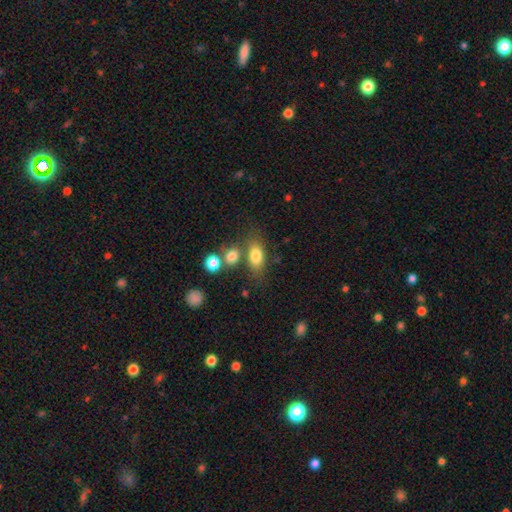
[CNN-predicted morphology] A smooth galaxy with no disk features (79%) that is in between round and cigar-shaped (80%). Merging: none (58%).